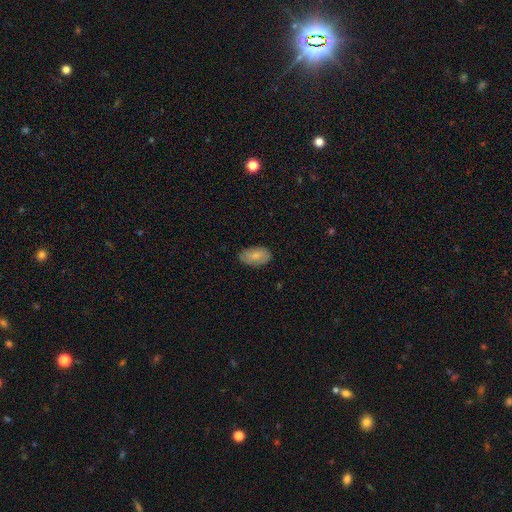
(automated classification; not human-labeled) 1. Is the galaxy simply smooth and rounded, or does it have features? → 77% smooth, 16% featured or disk, 6% star or artifact.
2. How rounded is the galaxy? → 93% in between, 4% round, 2% cigar-shaped.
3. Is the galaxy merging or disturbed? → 77% none, 19% minor disturbance, 3% major disturbance, 1% merger.